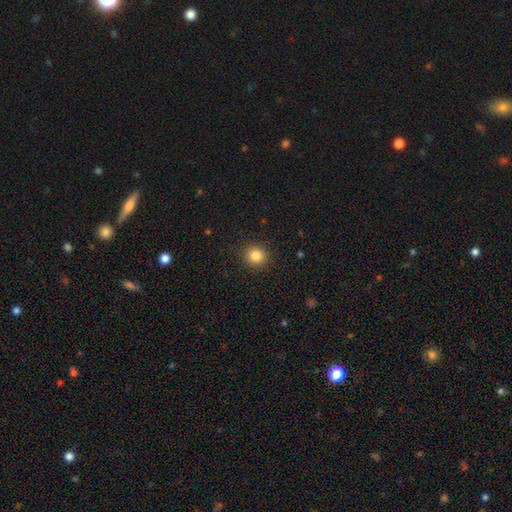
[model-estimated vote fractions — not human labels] Q: Smooth or featured?
A: smooth (84%); runner-up: star or artifact (11%)
Q: How rounded?
A: round (89%); runner-up: in between (10%)
Q: Merging?
A: none (91%); runner-up: minor disturbance (6%)